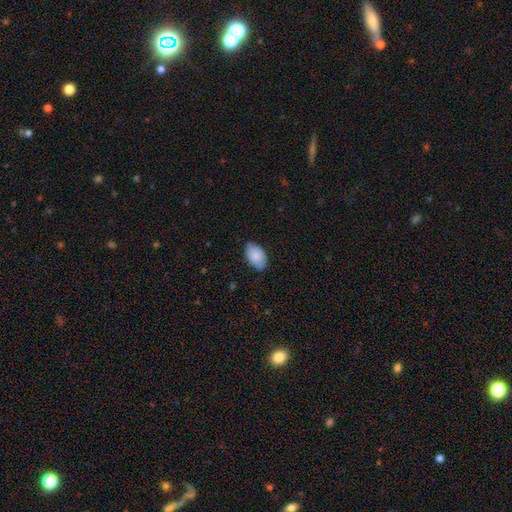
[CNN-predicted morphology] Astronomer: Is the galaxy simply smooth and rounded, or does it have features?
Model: smooth — 83%.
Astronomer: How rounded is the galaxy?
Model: in between — 92%.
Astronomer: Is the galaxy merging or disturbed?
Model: none — 71%.